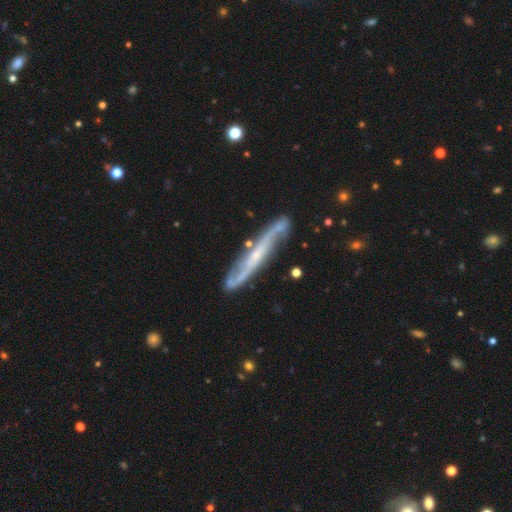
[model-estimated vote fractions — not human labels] featured or disk 81%, smooth 14%, star or artifact 6%. Down the decision tree: edge-on disk — yes (58%); merging — none (79%).